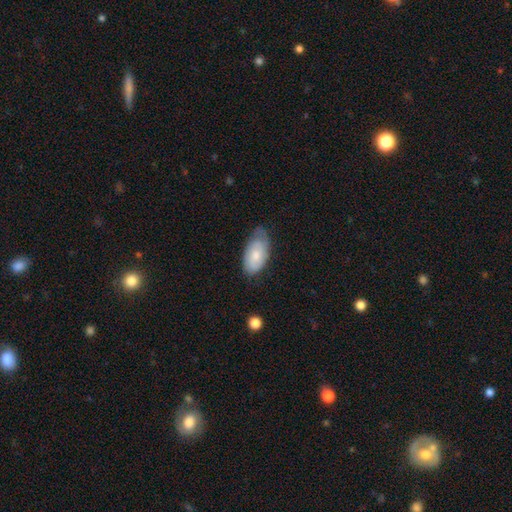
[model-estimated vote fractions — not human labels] smooth 65%, featured or disk 29%, star or artifact 6%. Down the decision tree: how rounded — in between (93%); merging — none (54%).